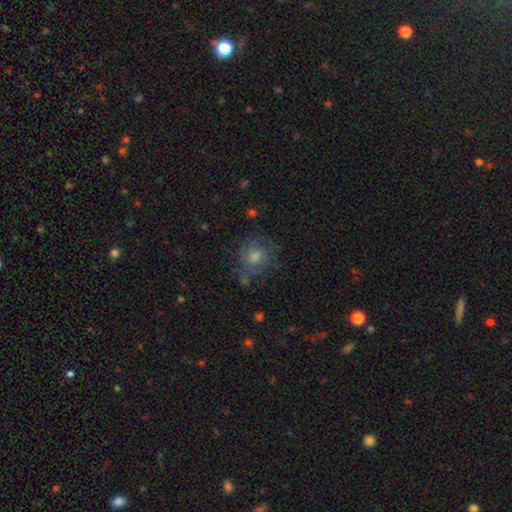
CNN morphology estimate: This appears to be a smooth galaxy with no disk features (51%) that is round (81%). Merging: none (68%).